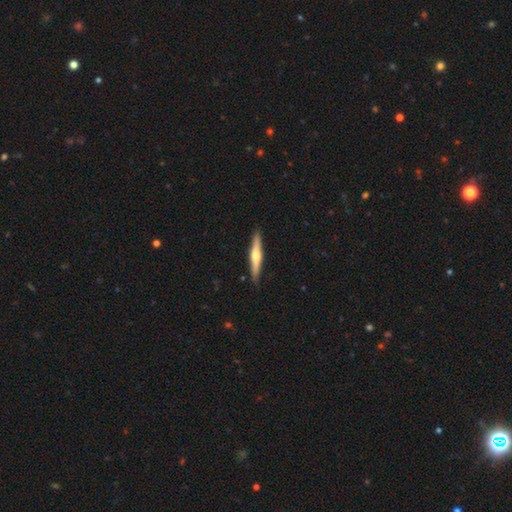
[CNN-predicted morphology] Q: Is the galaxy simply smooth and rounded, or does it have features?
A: featured or disk — 60%.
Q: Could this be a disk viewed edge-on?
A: yes — 97%.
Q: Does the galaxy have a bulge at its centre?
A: rounded — 88%.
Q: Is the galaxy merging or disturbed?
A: none — 90%.